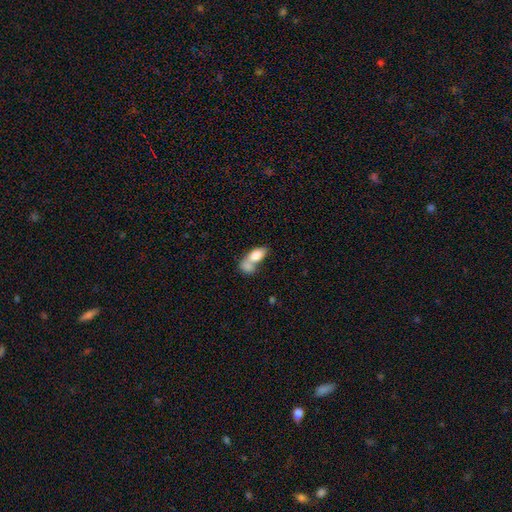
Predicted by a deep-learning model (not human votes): smooth 79%, featured or disk 14%, star or artifact 7%. Down the decision tree: how rounded — in between (86%); merging — merger (67%).